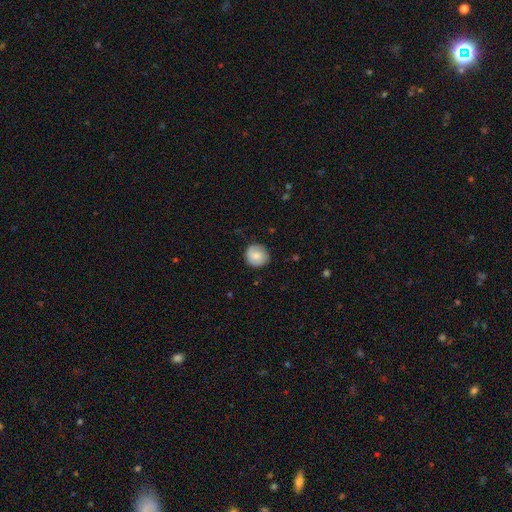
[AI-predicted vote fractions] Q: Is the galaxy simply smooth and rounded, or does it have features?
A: smooth — 78%.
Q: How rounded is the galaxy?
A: round — 91%.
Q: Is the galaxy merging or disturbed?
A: none — 82%.